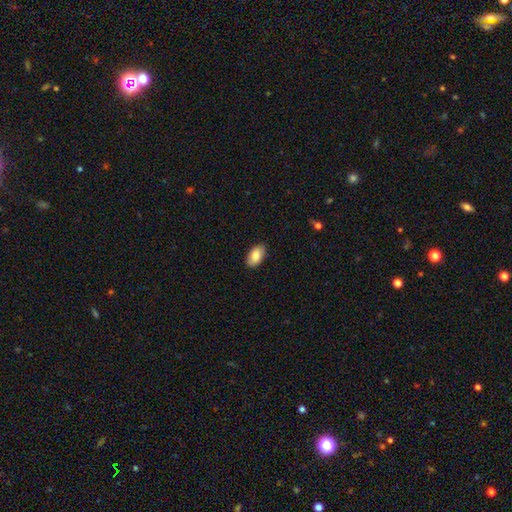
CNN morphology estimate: This appears to be a smooth galaxy with no disk features (83%) that is in between round and cigar-shaped (94%). Merging: none (87%).